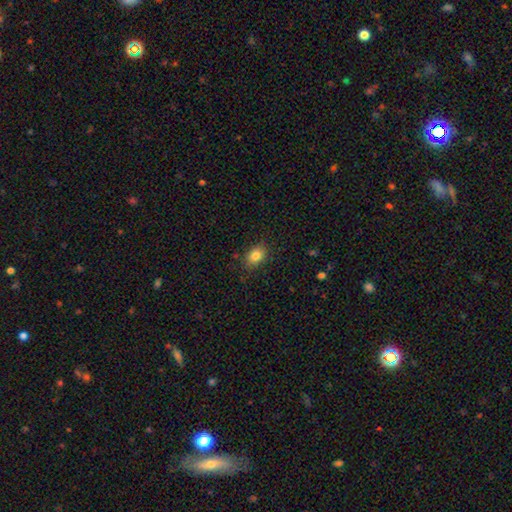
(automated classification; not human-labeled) Overall: smooth (84%). How rounded: in between (76%). Merging: none (83%).